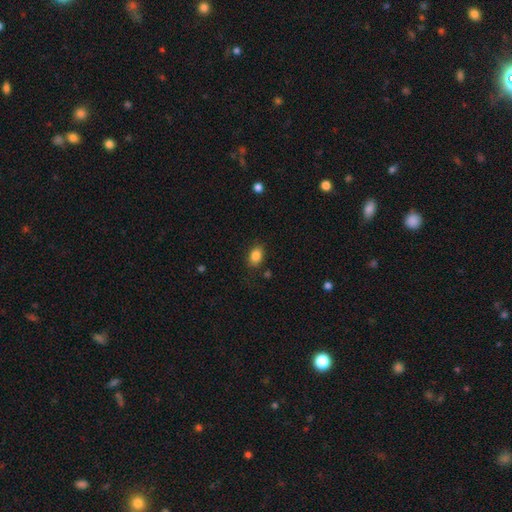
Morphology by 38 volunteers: smooth_or_featured: smooth (p=0.89) [alt: featured or disk p=0.05]
how_rounded: in between (p=0.82) [alt: round p=0.15]
merging: none (p=0.86) [alt: minor disturbance p=0.08]